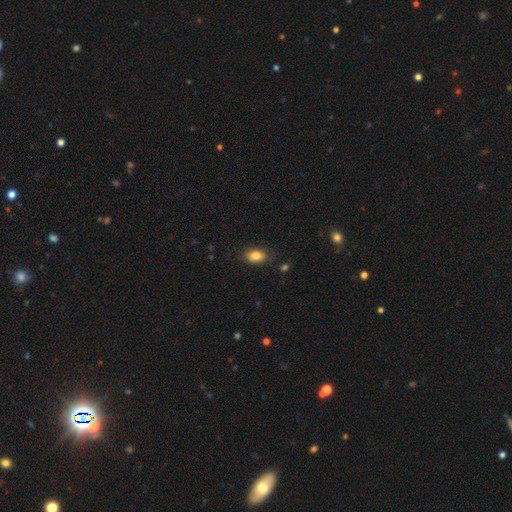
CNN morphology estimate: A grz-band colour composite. It shows a smooth galaxy with no disk features (83%) that is in between round and cigar-shaped (86%). Merging: none (82%).